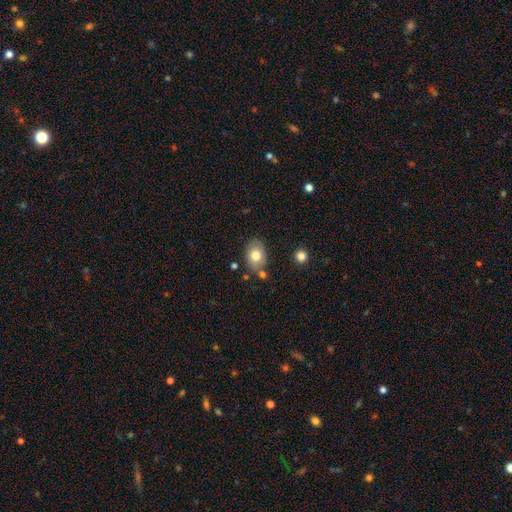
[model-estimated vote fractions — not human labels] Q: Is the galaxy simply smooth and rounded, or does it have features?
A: smooth — 77%.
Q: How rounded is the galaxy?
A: in between — 74%.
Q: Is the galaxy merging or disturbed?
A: none — 69%.